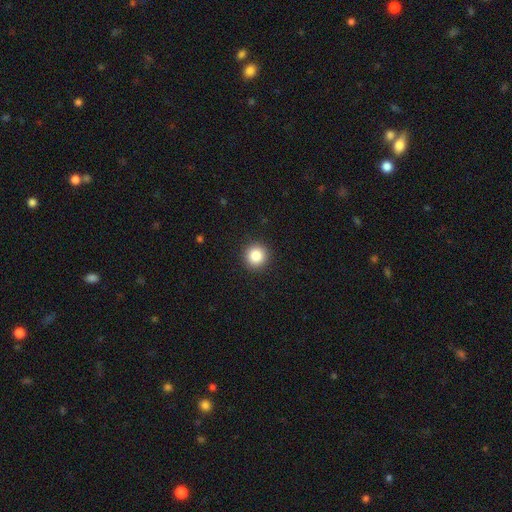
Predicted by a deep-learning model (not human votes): Q: Smooth or featured?
A: smooth (85%); runner-up: star or artifact (10%)
Q: How rounded?
A: round (95%); runner-up: in between (4%)
Q: Merging?
A: none (92%); runner-up: minor disturbance (5%)